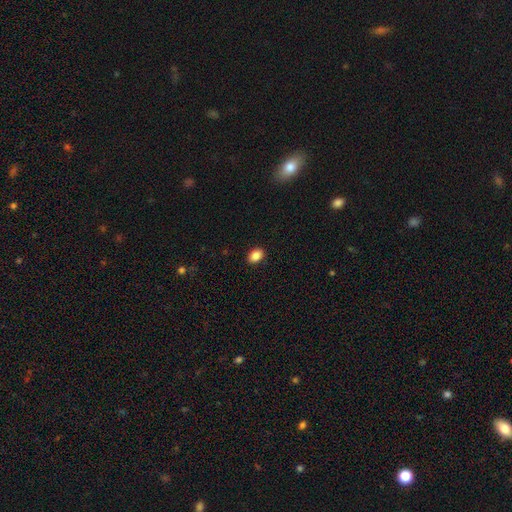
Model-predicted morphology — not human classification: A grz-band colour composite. It shows a smooth galaxy with no disk features (88%) that is in between round and cigar-shaped (78%). Merging: none (90%).